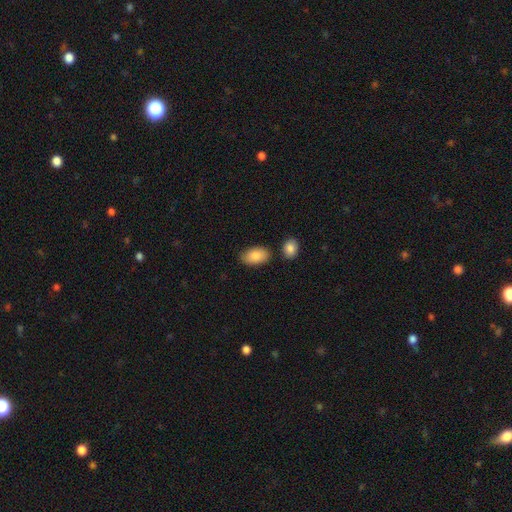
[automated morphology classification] The model was most divided on "merging": none: 78%, minor disturbance: 14%, merger: 6%, major disturbance: 3%. More confident: how rounded — in between (93%); smooth or featured — smooth (87%).